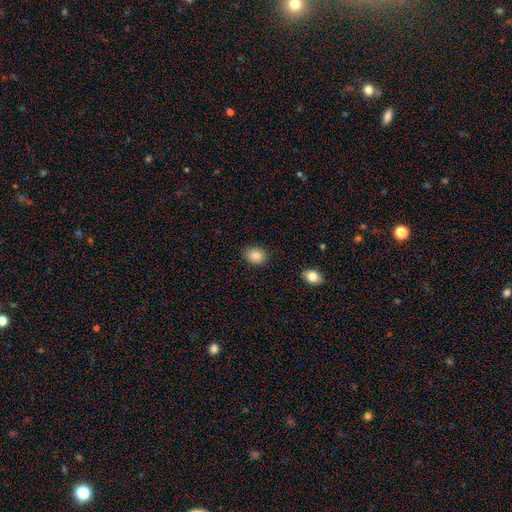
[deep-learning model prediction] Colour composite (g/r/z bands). It shows a smooth galaxy with no disk features (85%) that is in between round and cigar-shaped (53%). Merging: none (87%).